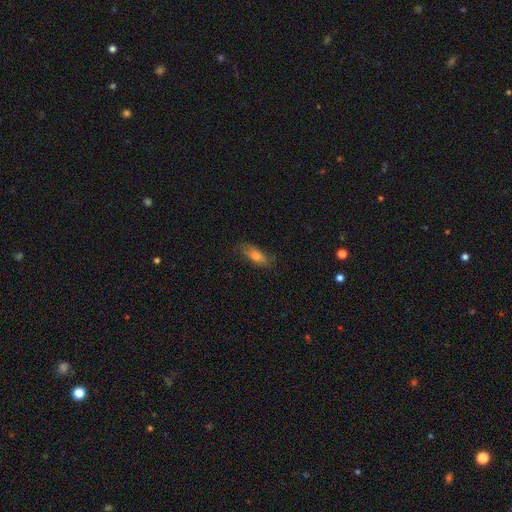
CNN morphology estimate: Smooth or featured? Predicted: smooth (p=0.72). How rounded? Predicted: in between (p=0.59). Merging? Predicted: none (p=0.76).